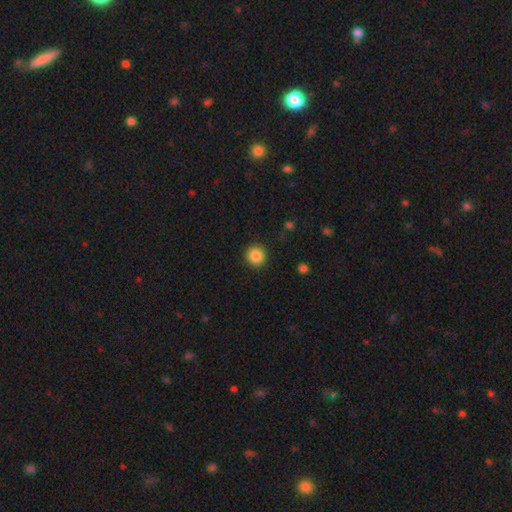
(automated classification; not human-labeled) A smooth galaxy with no disk features (87%) that is round (93%).

Vote fractions:
- Smooth or featured? smooth: 87% / star or artifact: 10% / featured or disk: 3%
- How rounded? round: 93% / in between: 6% / cigar-shaped: 1%
- Merging? none: 91% / minor disturbance: 6% / major disturbance: 2% / merger: 1%